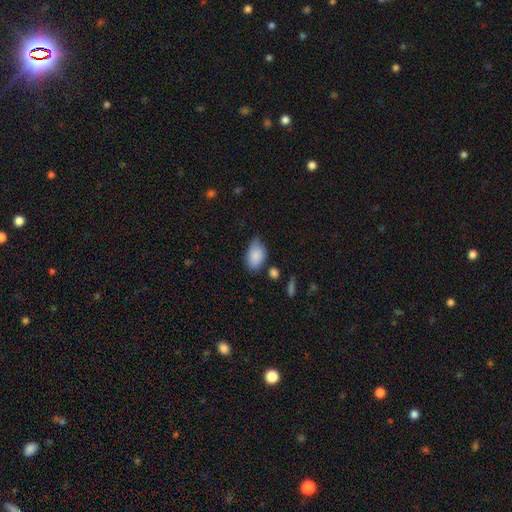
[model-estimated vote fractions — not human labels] smooth 86%, star or artifact 7%, featured or disk 7%. Down the decision tree: how rounded — in between (88%); merging — none (58%).